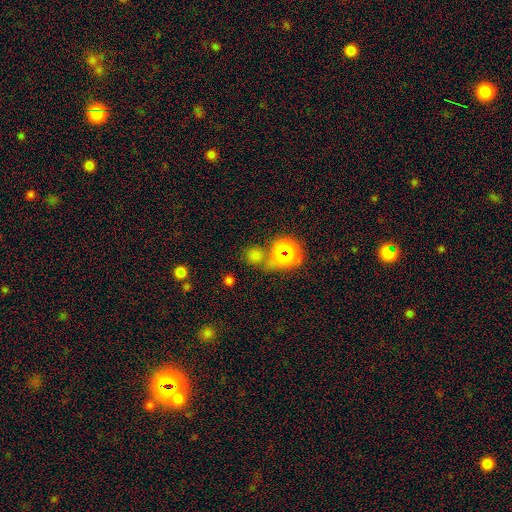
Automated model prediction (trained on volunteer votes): Smooth or featured? smooth (50%)
How rounded? round (86%)
Merging? none (68%)